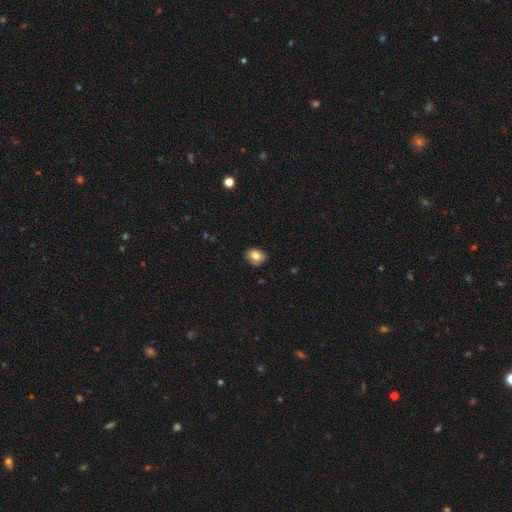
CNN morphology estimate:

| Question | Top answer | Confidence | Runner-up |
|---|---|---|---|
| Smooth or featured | smooth | 78% | featured or disk (12%) |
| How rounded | round | 50% | in between (49%) |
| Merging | none | 77% | minor disturbance (18%) |